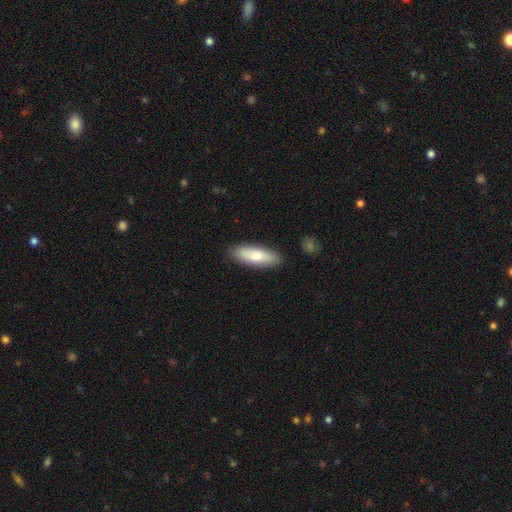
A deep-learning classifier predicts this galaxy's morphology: A smooth galaxy with no disk features (77%) that is in between round and cigar-shaped (59%).

Vote fractions:
- Smooth or featured? smooth: 77% / featured or disk: 18% / star or artifact: 6%
- How rounded? in between: 59% / cigar-shaped: 39% / round: 2%
- Merging? none: 87% / minor disturbance: 9% / major disturbance: 2% / merger: 2%